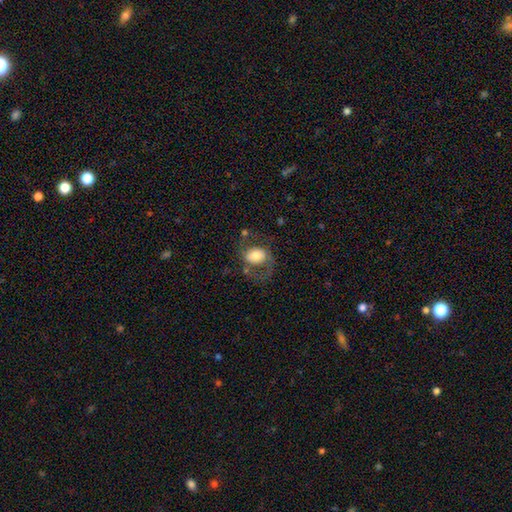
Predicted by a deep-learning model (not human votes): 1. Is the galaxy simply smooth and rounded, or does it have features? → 49% smooth, 43% featured or disk, 8% star or artifact.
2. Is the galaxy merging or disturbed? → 51% none, 25% major disturbance, 20% minor disturbance, 4% merger.